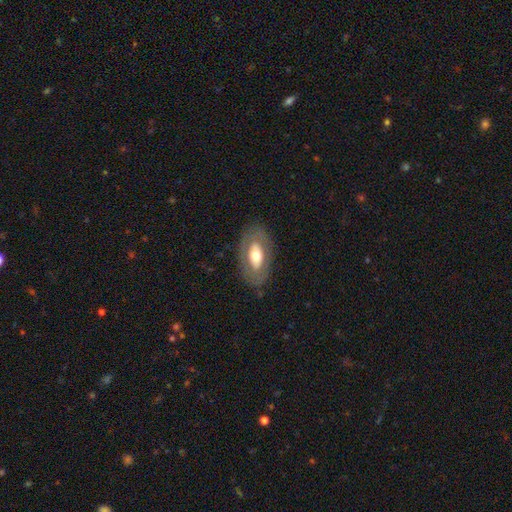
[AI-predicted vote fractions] This appears to be a featured or disk galaxy (48%). Merging: none (81%).